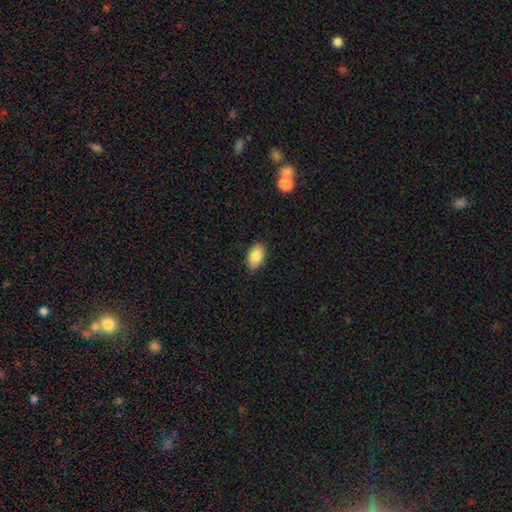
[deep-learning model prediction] Smooth or featured? smooth (86%)
How rounded? in between (93%)
Merging? none (87%)